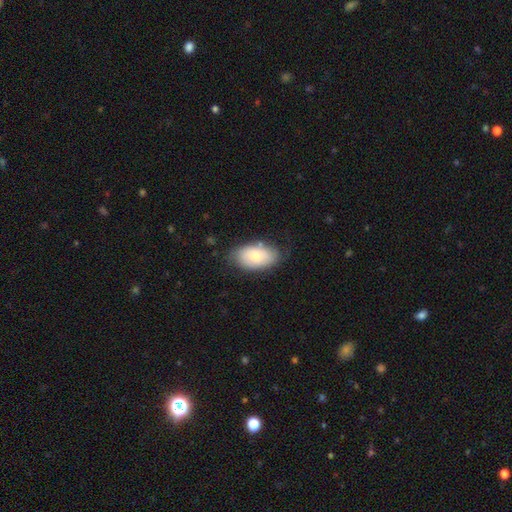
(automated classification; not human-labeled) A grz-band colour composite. It shows a smooth galaxy with no disk features (73%) that is in between round and cigar-shaped (93%). Merging: none (70%).